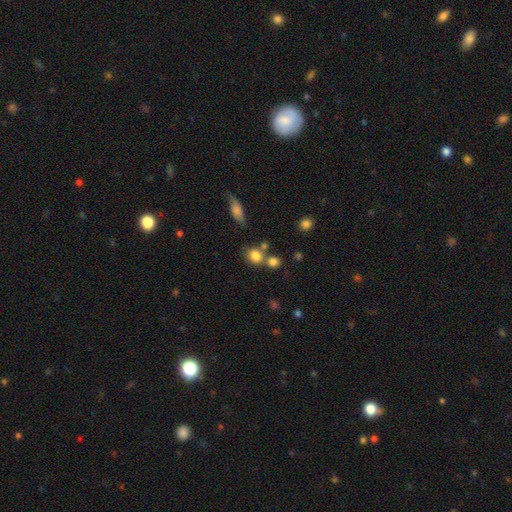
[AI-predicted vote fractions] Morphology: type=smooth (81%); roundness=round (65%); merging=none (56%).